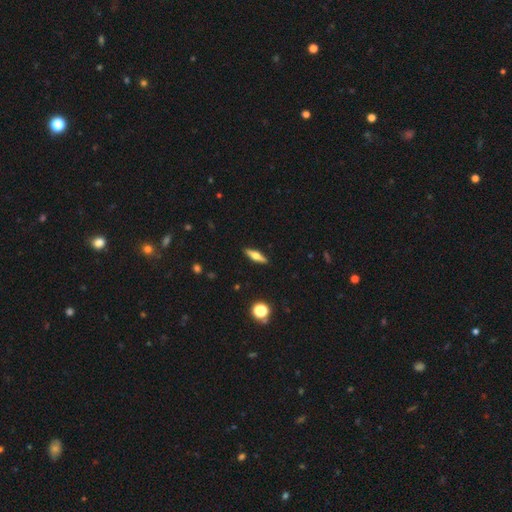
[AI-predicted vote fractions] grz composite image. It shows a featured or disk galaxy (54%) viewed edge-on (94%) with a rounded central bulge (94%). Merging: none (91%).